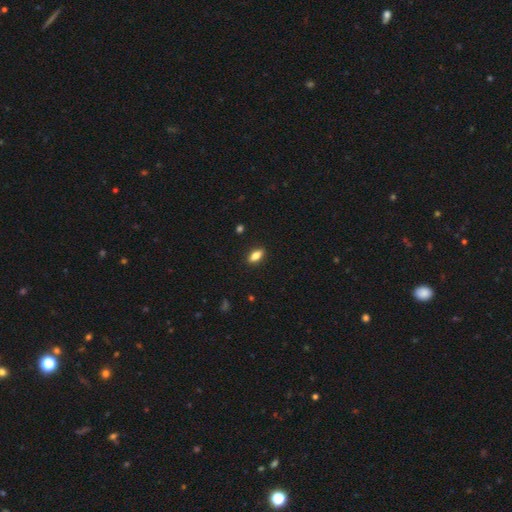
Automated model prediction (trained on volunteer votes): A smooth galaxy with no disk features (81%) that is in between round and cigar-shaped (83%).

Vote fractions:
- Smooth or featured? smooth: 81% / featured or disk: 12% / star or artifact: 8%
- How rounded? in between: 83% / cigar-shaped: 13% / round: 4%
- Merging? none: 89% / minor disturbance: 8% / major disturbance: 2% / merger: 1%